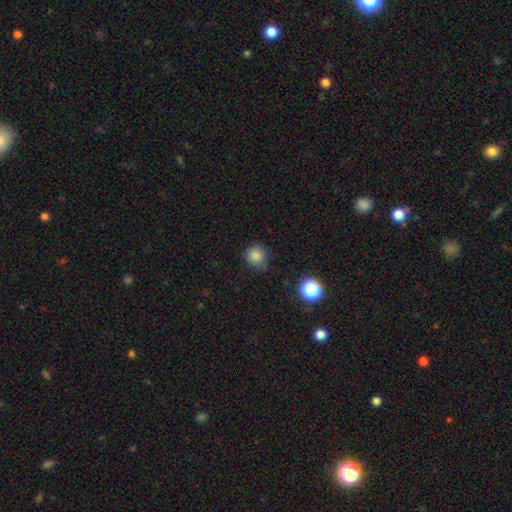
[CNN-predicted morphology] Overall: smooth (83%). How rounded: round (92%). Merging: none (78%).